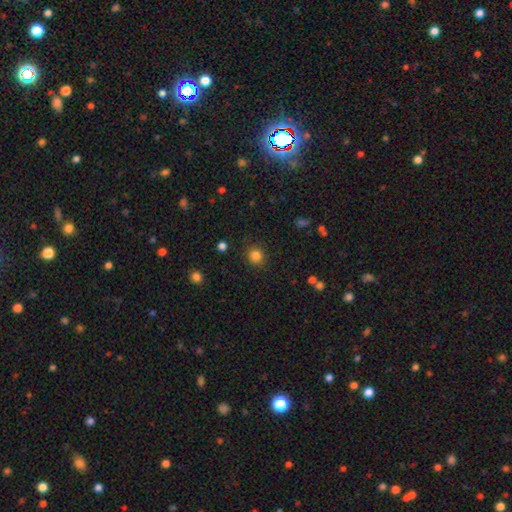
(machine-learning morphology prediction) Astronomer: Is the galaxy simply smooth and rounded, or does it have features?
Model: smooth — 83%.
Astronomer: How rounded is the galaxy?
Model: round — 86%.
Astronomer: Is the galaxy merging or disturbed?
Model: none — 88%.